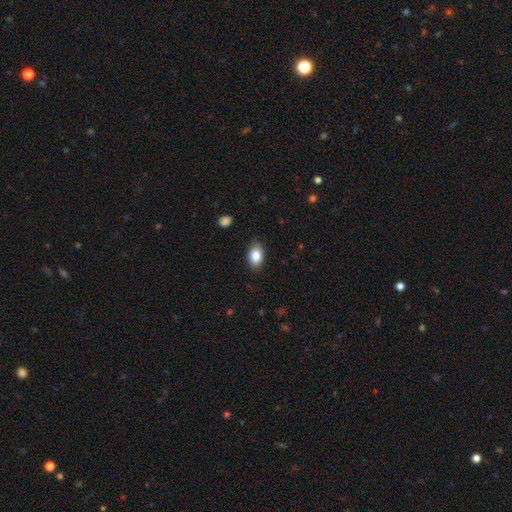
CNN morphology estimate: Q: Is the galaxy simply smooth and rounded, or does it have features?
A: smooth — 85%.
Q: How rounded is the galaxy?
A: in between — 86%.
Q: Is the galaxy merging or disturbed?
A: none — 86%.